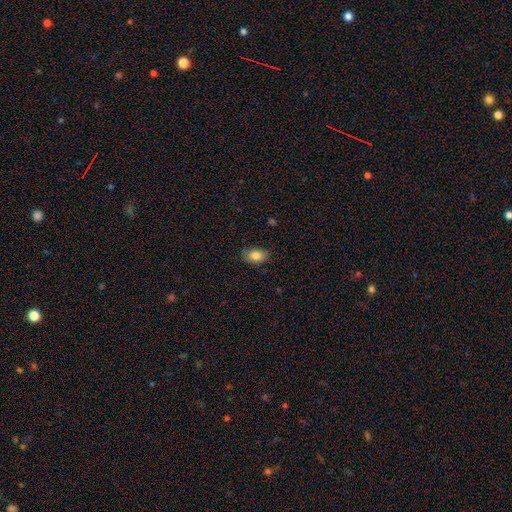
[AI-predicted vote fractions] smooth-or-featured: smooth: 84% | star or artifact: 8% | featured or disk: 8%
  how-rounded: in between: 83% | round: 16% | cigar-shaped: 1%
  merging: none: 76% | minor disturbance: 19% | major disturbance: 3% | merger: 2%